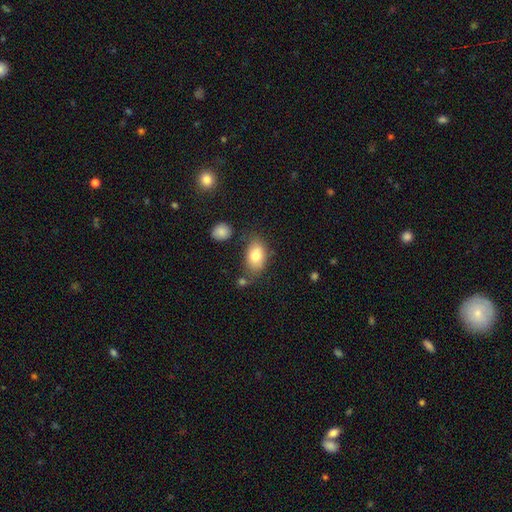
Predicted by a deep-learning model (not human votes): Smooth or featured?
  - smooth: 79% *
  - featured or disk: 14%
  - star or artifact: 7%
How rounded?
  - in between: 88% *
  - round: 10%
  - cigar-shaped: 2%
Merging?
  - none: 67% *
  - minor disturbance: 19%
  - merger: 8%
  - major disturbance: 5%